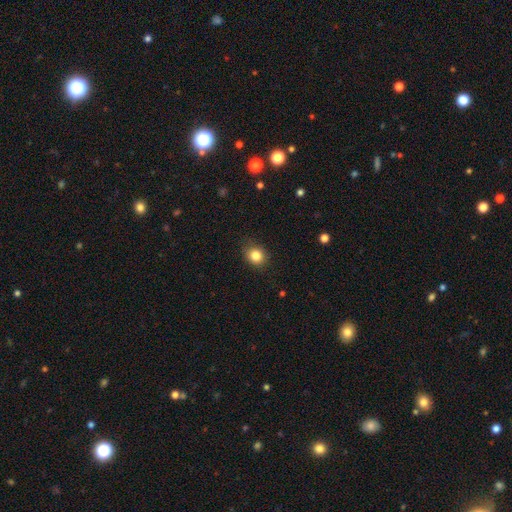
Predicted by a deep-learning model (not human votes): Smooth or featured: smooth — 84% (star or artifact — 11%)
How rounded: round — 72% (in between — 27%)
Merging: none — 83% (minor disturbance — 13%)